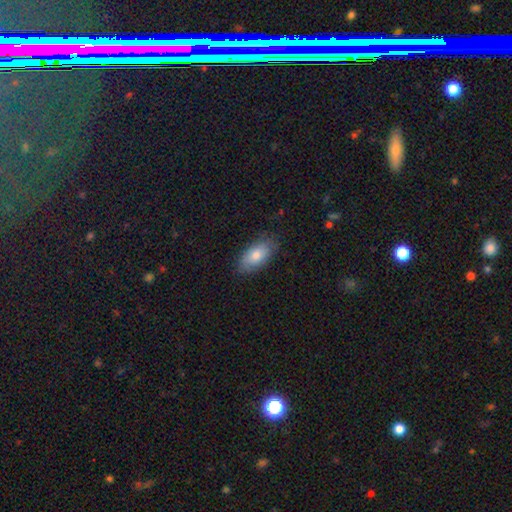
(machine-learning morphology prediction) type=smooth (78%); roundness=in between (91%); merging=none (79%).